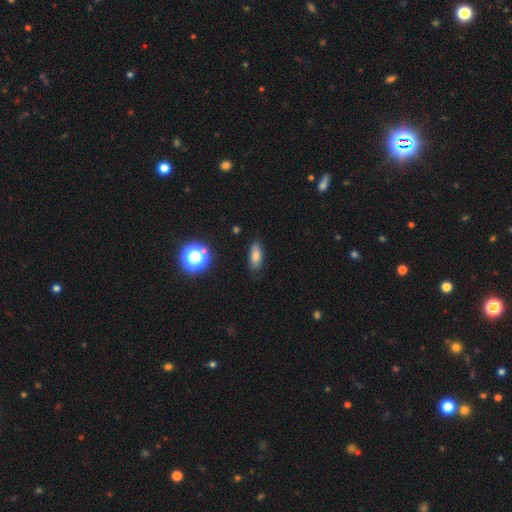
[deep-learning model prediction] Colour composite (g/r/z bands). It shows a smooth galaxy with no disk features (77%) that is in between round and cigar-shaped (81%). Merging: none (80%).